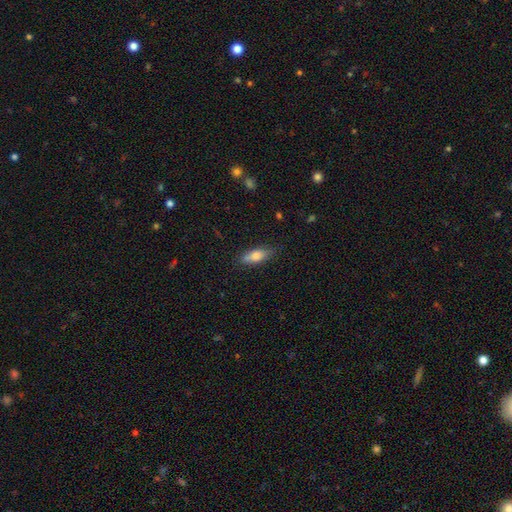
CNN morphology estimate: The model was most divided on "how rounded": in between: 60%, cigar-shaped: 37%, round: 3%. More confident: merging — none (77%); smooth or featured — smooth (71%).